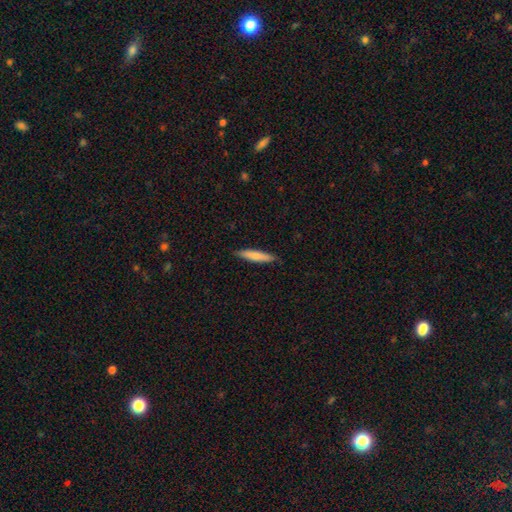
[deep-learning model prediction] smooth 79%, featured or disk 16%, star or artifact 5%. Down the decision tree: how rounded — cigar-shaped (86%); merging — none (88%).